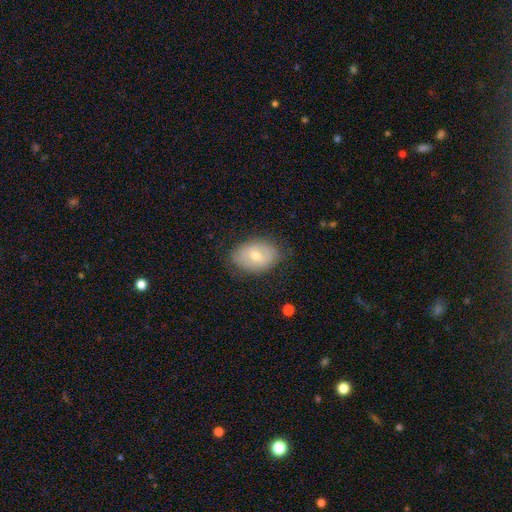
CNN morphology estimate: Smooth or featured? Predicted: smooth (p=0.58). How rounded? Predicted: in between (p=0.83). Merging? Predicted: none (p=0.77).